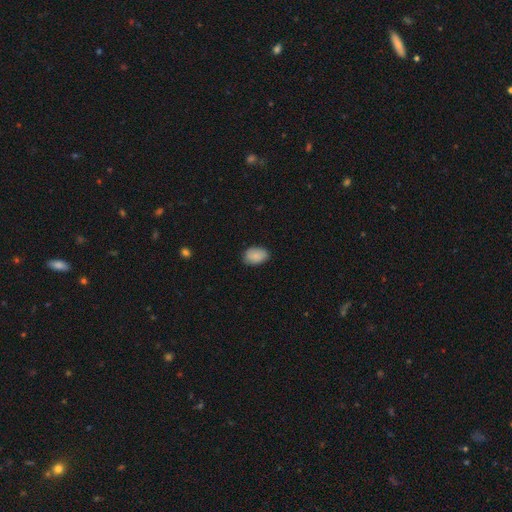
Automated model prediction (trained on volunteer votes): Smooth or featured? Predicted: smooth (p=0.87). How rounded? Predicted: in between (p=0.85). Merging? Predicted: none (p=0.80).